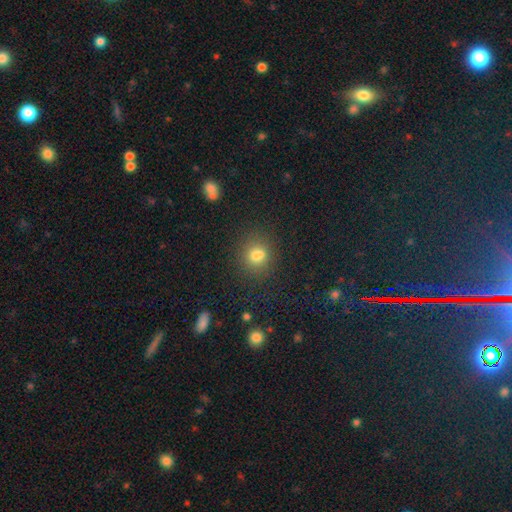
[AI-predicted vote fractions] This appears to be a smooth galaxy with no disk features (75%) that is round (75%). Merging: none (66%).